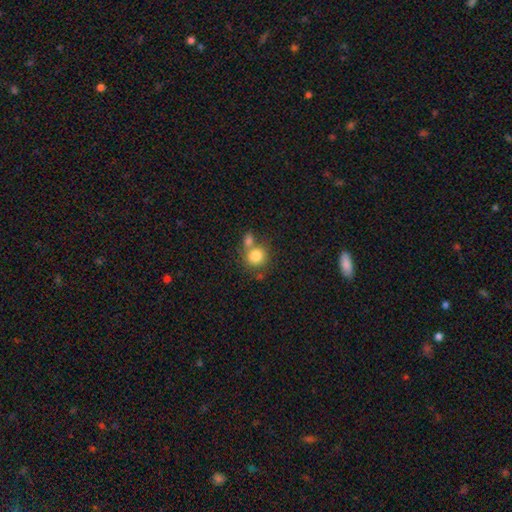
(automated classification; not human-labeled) This appears to be a smooth galaxy with no disk features (81%) that is round (84%). Merging: none (49%).